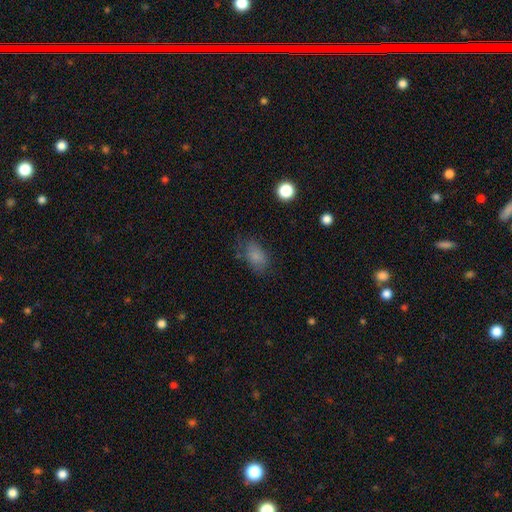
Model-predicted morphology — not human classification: Overall: smooth (80%). How rounded: in between (88%). Merging: none (67%).